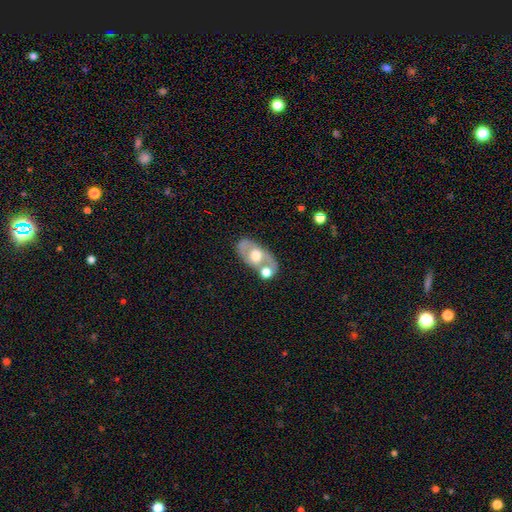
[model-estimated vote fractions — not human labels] Overall: featured or disk (59%; smooth 34%). Edge-on disk: no (88%). Bar: no (78%). Spiral arms: no (64%; yes 36%). Bulge size: moderate (57%; large 33%). Merging: none (51%; merger 28%).